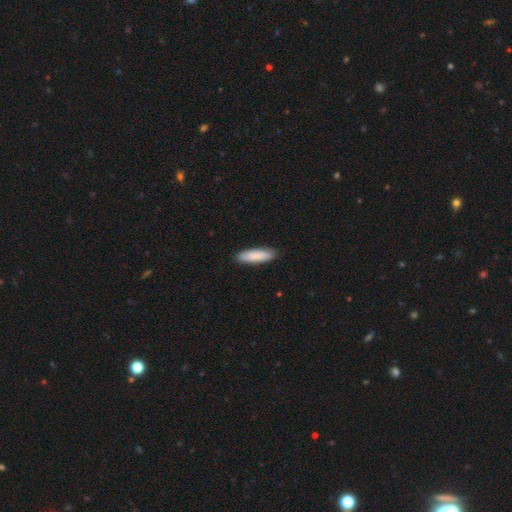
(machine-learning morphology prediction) Smooth or featured: smooth — 87% (featured or disk — 7%)
How rounded: cigar-shaped — 64% (in between — 35%)
Merging: none — 88% (minor disturbance — 9%)